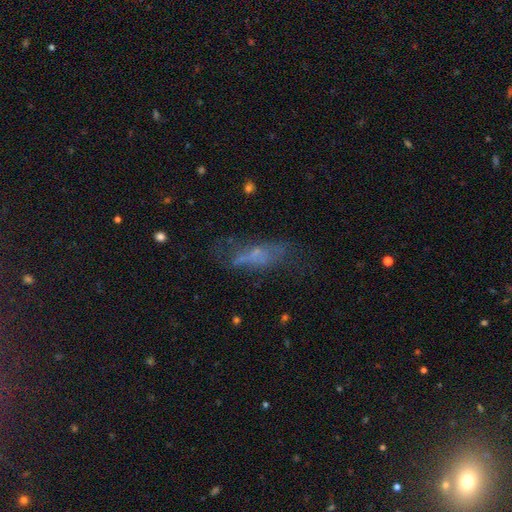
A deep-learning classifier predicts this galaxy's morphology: Smooth or featured? Predicted: smooth (p=0.44). Merging? Predicted: none (p=0.44).